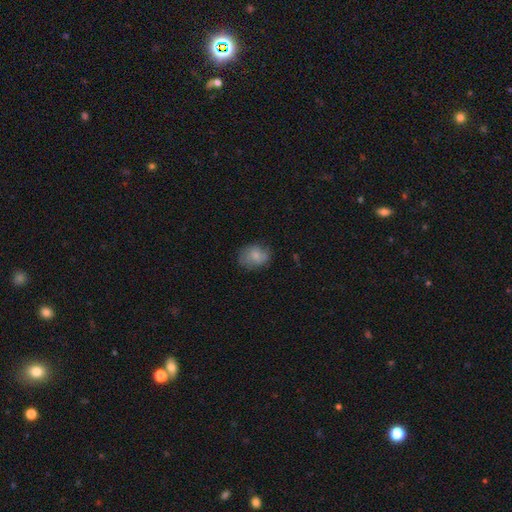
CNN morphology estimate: A smooth galaxy with no disk features (72%) that is in between round and cigar-shaped (51%). Merging: none (70%).